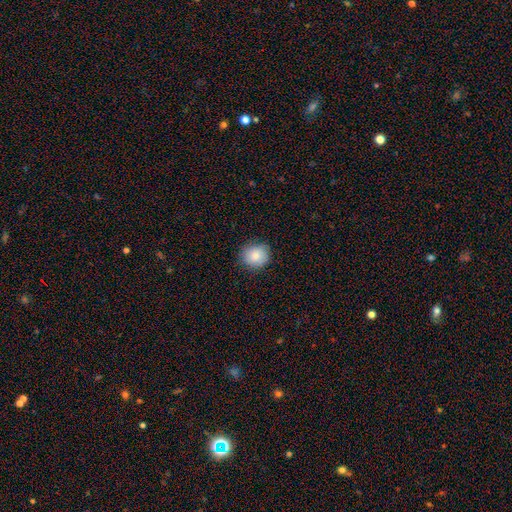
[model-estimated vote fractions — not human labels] smooth 84%, star or artifact 9%, featured or disk 8%. Down the decision tree: how rounded — round (80%); merging — none (82%).